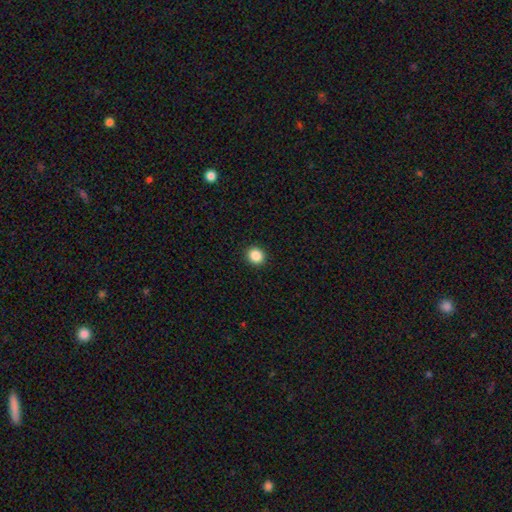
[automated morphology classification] type=smooth (86%); roundness=round (85%); merging=none (93%).